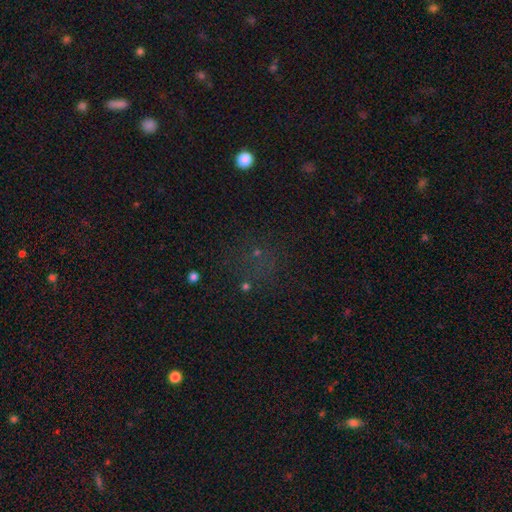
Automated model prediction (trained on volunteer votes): Smooth or featured?
  - star or artifact: 49% *
  - smooth: 37%
  - featured or disk: 14%